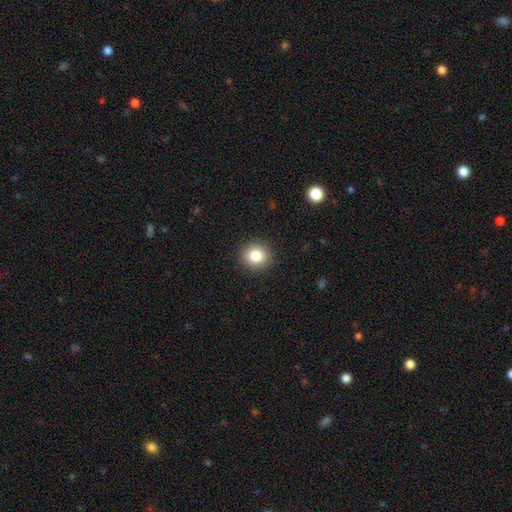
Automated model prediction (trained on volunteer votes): Smooth or featured? smooth (84%)
How rounded? round (87%)
Merging? none (91%)